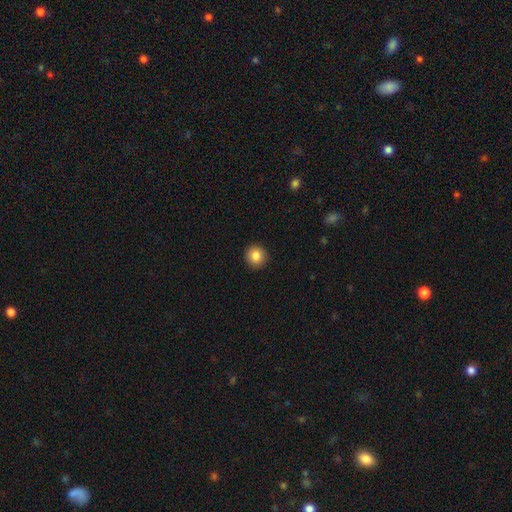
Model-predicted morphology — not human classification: smooth 84%, star or artifact 10%, featured or disk 6%. Down the decision tree: how rounded — round (94%); merging — none (93%).